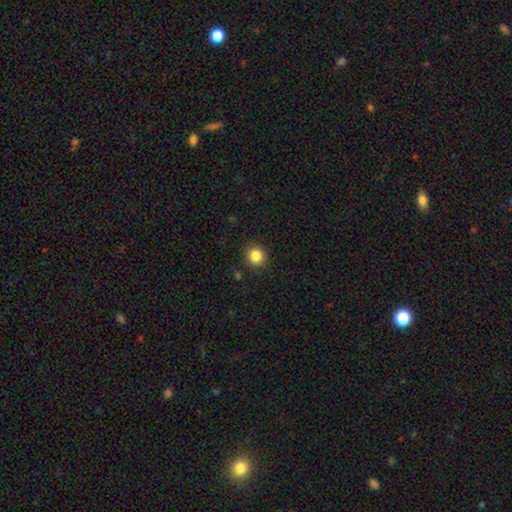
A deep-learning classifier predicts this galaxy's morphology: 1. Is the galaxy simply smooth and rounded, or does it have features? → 85% smooth, 11% star or artifact, 4% featured or disk.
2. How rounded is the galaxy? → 92% round, 7% in between, 1% cigar-shaped.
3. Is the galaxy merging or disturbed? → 90% none, 6% minor disturbance, 2% major disturbance, 1% merger.